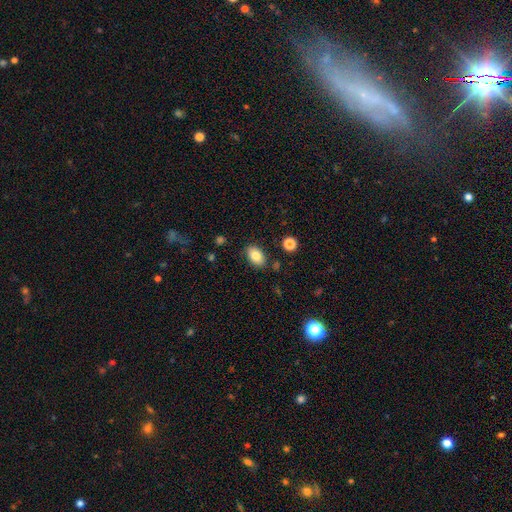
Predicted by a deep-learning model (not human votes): Morphology: type=smooth (83%); roundness=in between (88%); merging=none (84%).